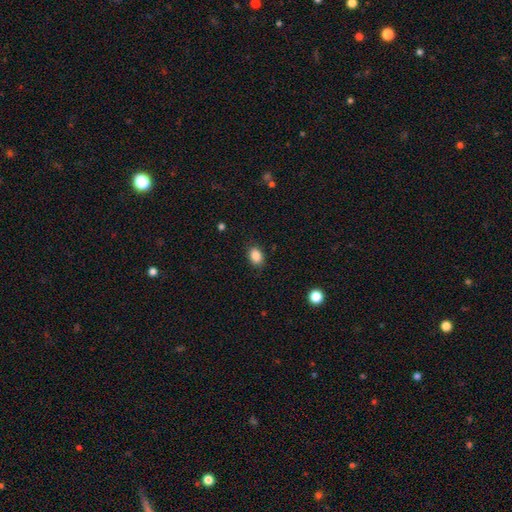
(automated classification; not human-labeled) Smooth or featured: smooth — 88% (star or artifact — 9%)
How rounded: in between — 78% (round — 21%)
Merging: none — 85% (minor disturbance — 11%)